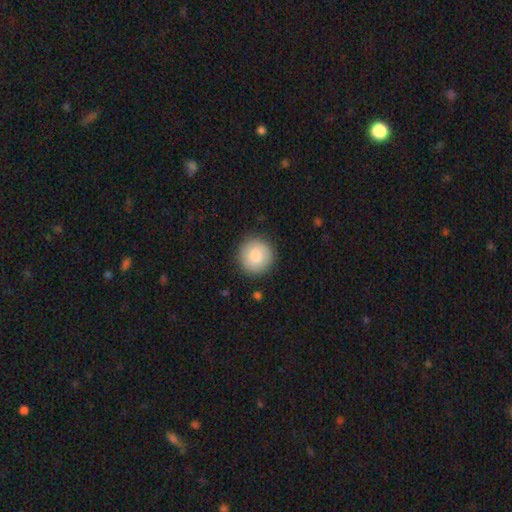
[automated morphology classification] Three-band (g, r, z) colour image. It shows a smooth galaxy with no disk features (84%) that is round (95%). Merging: none (90%).